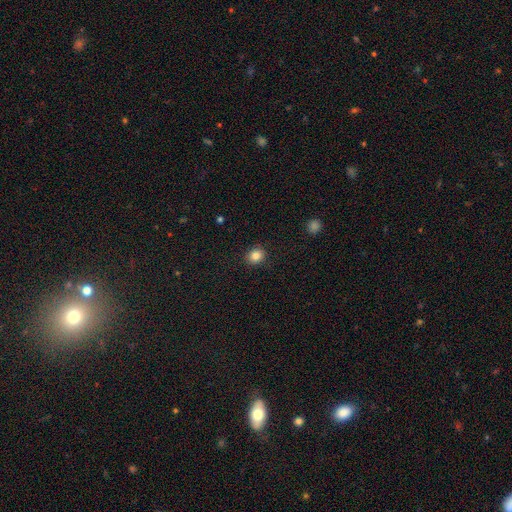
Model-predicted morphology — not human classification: Smooth or featured: smooth — 84% (star or artifact — 11%)
How rounded: round — 77% (in between — 22%)
Merging: none — 90% (minor disturbance — 7%)